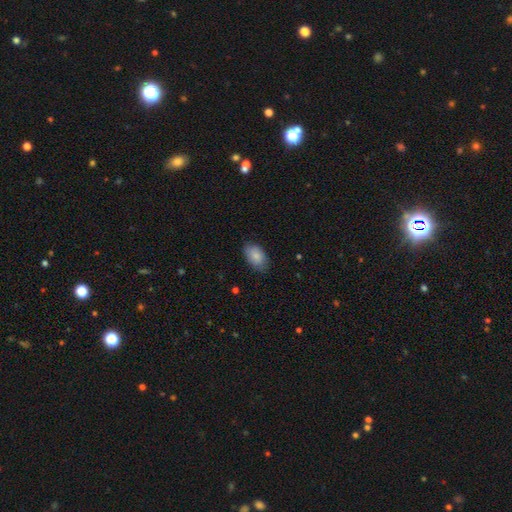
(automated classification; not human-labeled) Morphology: type=smooth (85%); roundness=in between (91%); merging=none (79%).